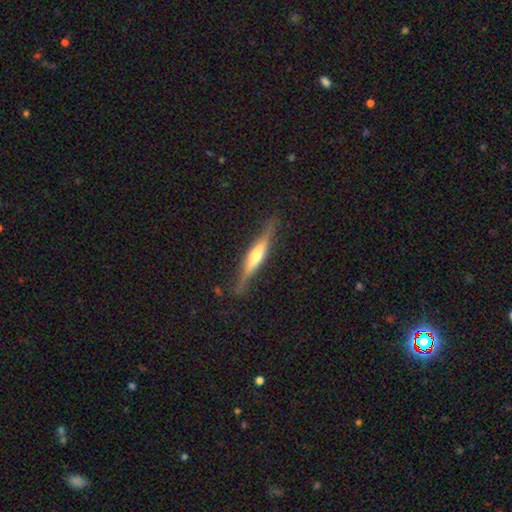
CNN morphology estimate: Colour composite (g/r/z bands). It shows a featured or disk galaxy (65%) viewed edge-on (95%) with a rounded central bulge (76%). Merging: none (81%).